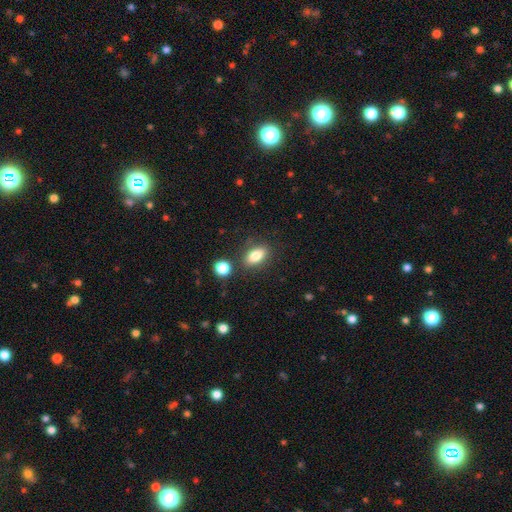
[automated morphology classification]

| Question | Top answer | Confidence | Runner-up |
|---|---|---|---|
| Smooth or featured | smooth | 82% | featured or disk (9%) |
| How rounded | in between | 85% | round (8%) |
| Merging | none | 79% | minor disturbance (11%) |